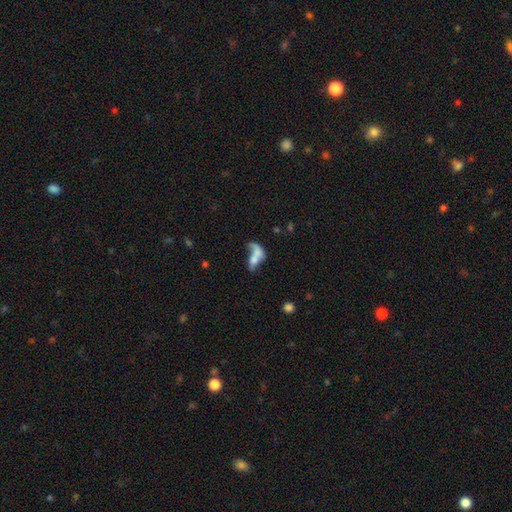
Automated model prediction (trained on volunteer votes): A smooth galaxy with no disk features (53%) that is in between round and cigar-shaped (68%).

Vote fractions:
- Smooth or featured? smooth: 53% / featured or disk: 36% / star or artifact: 11%
- How rounded? in between: 68% / cigar-shaped: 21% / round: 11%
- Merging? merger: 55% / major disturbance: 20% / none: 17% / minor disturbance: 9%